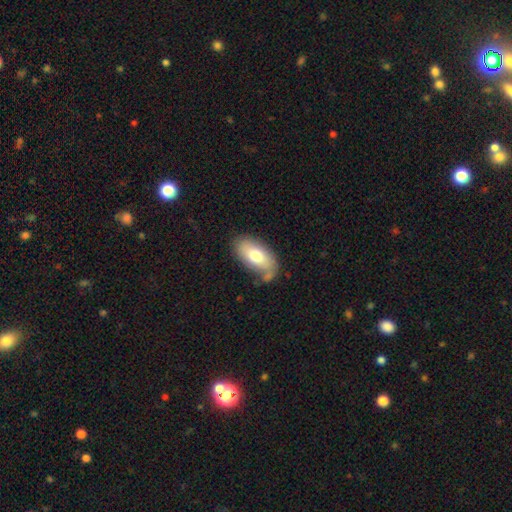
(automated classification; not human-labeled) Q: Smooth or featured?
A: smooth (71%); runner-up: featured or disk (22%)
Q: How rounded?
A: in between (93%); runner-up: round (4%)
Q: Merging?
A: none (64%); runner-up: minor disturbance (22%)